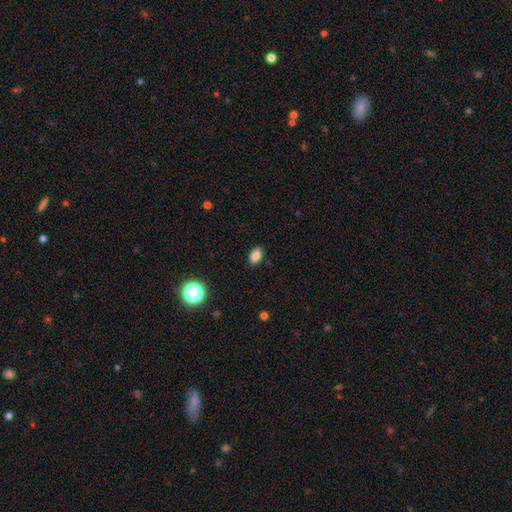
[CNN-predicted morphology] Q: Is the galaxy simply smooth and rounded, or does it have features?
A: smooth — 84%.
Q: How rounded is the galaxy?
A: in between — 86%.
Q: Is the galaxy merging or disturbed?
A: none — 89%.